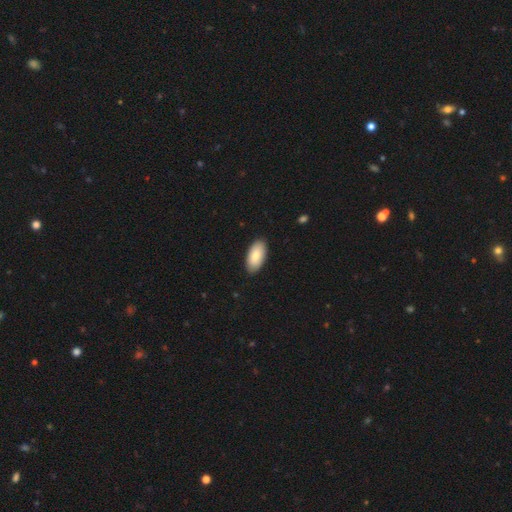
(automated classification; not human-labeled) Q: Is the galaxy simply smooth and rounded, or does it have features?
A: smooth — 81%.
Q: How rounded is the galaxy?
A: in between — 95%.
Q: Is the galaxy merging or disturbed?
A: none — 89%.